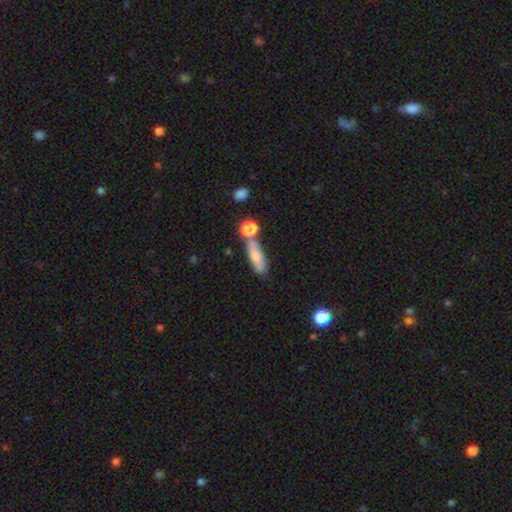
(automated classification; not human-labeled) Overall: smooth (75%). How rounded: cigar-shaped (49%; in between 46%). Merging: none (58%; merger 19%).